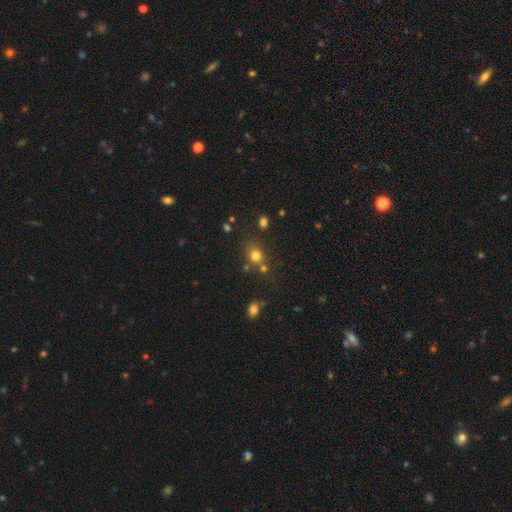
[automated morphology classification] smooth-or-featured: smooth: 75% | star or artifact: 17% | featured or disk: 8%
  how-rounded: round: 74% | in between: 25% | cigar-shaped: 1%
  merging: none: 67% | merger: 16% | minor disturbance: 12% | major disturbance: 5%